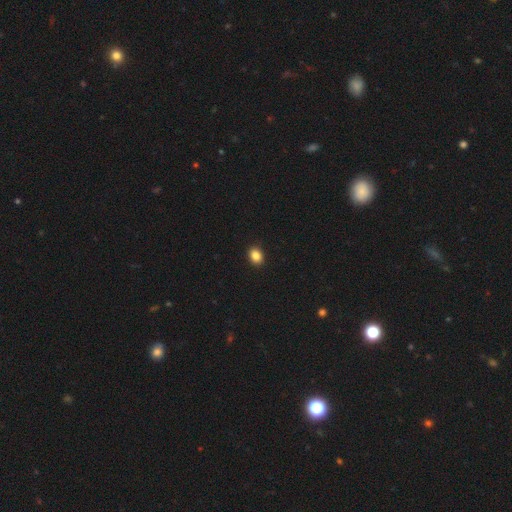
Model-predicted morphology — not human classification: smooth_or_featured: smooth (p=0.87) [alt: star or artifact p=0.09]
how_rounded: in between (p=0.59) [alt: round p=0.40]
merging: none (p=0.92) [alt: minor disturbance p=0.06]